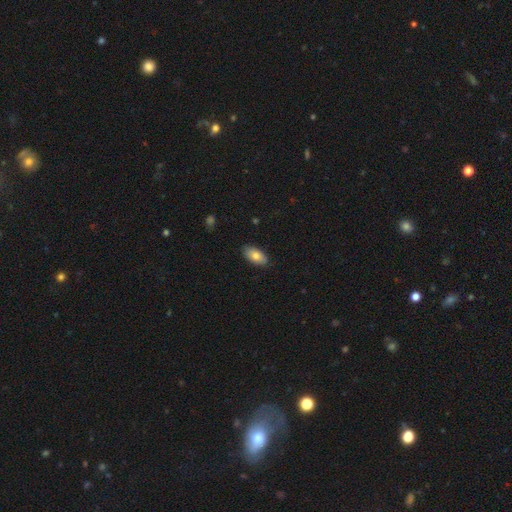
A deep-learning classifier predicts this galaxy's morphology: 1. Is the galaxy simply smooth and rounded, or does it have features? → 80% smooth, 13% featured or disk, 7% star or artifact.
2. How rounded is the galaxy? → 93% in between, 4% cigar-shaped, 3% round.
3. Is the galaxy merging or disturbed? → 87% none, 10% minor disturbance, 2% major disturbance, 1% merger.